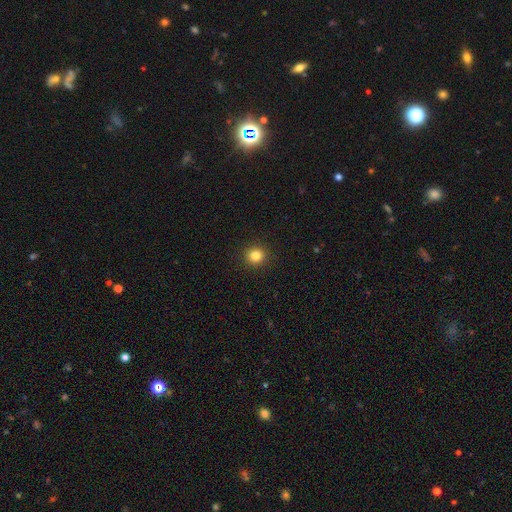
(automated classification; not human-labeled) Smooth or featured: smooth — 83% (star or artifact — 12%)
How rounded: round — 92% (in between — 7%)
Merging: none — 93% (minor disturbance — 5%)